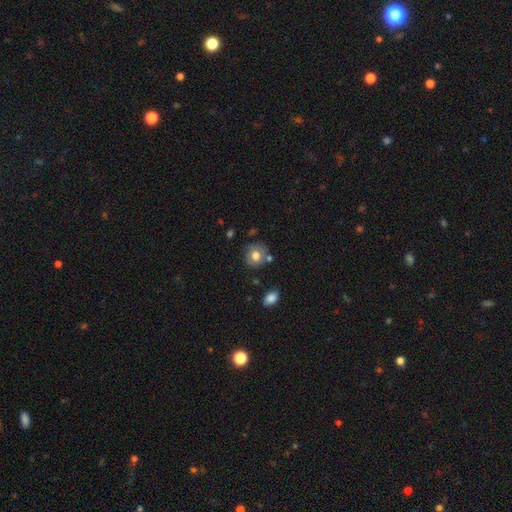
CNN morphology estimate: smooth-or-featured: smooth: 72% | featured or disk: 19% | star or artifact: 9%
  how-rounded: round: 81% | in between: 18% | cigar-shaped: 1%
  merging: none: 72% | minor disturbance: 16% | merger: 8% | major disturbance: 4%